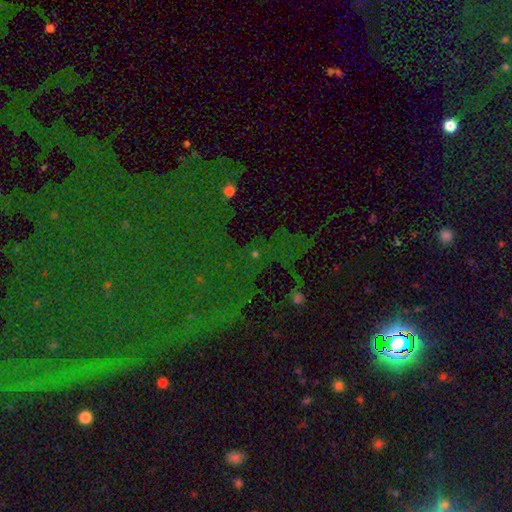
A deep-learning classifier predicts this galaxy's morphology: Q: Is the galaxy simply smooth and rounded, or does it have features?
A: star or artifact — 80%.